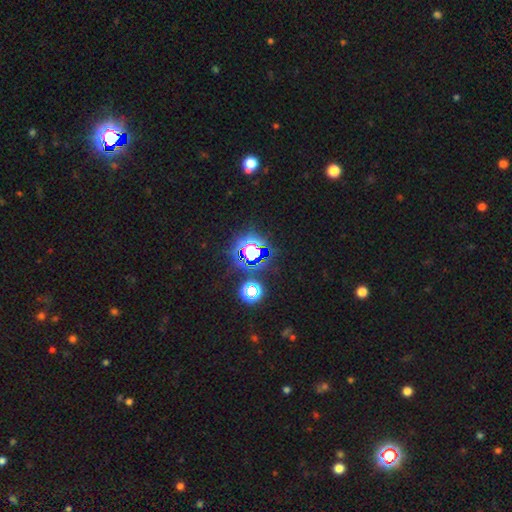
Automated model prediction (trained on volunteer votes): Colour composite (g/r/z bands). It shows a star or artifact, not a galaxy (73%).